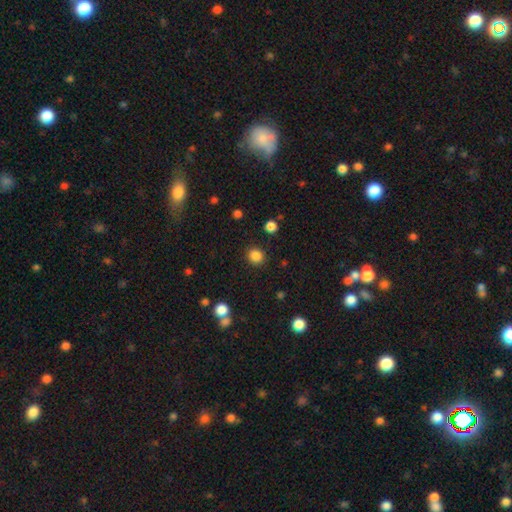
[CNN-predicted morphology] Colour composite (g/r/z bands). It shows a smooth galaxy with no disk features (85%) that is round (85%). Merging: none (90%).